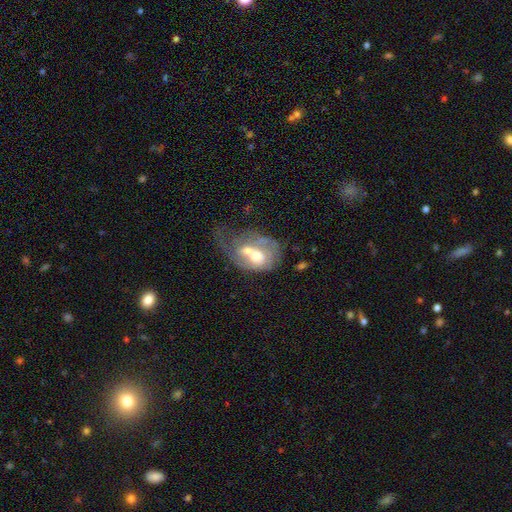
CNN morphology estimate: Q: Smooth or featured?
A: featured or disk (62%); runner-up: smooth (31%)
Q: Edge-on disk?
A: no (96%); runner-up: yes (4%)
Q: Bar?
A: no (75%); runner-up: weak (20%)
Q: Spiral arms?
A: yes (53%); runner-up: no (47%)
Q: Bulge size?
A: moderate (66%); runner-up: small (19%)
Q: Merging?
A: merger (67%); runner-up: major disturbance (15%)